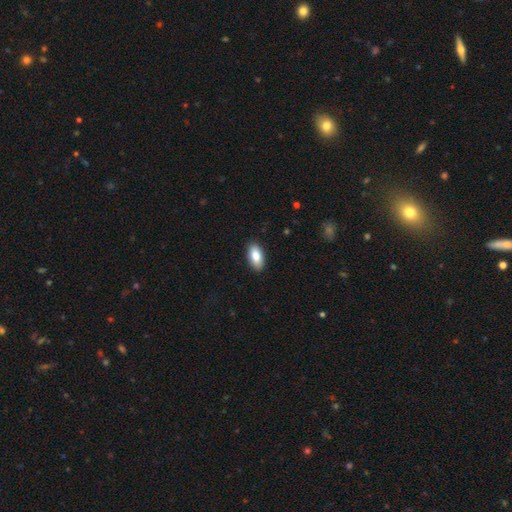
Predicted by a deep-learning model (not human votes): Smooth or featured: smooth — 86% (featured or disk — 7%)
How rounded: in between — 92% (cigar-shaped — 5%)
Merging: none — 89% (minor disturbance — 8%)